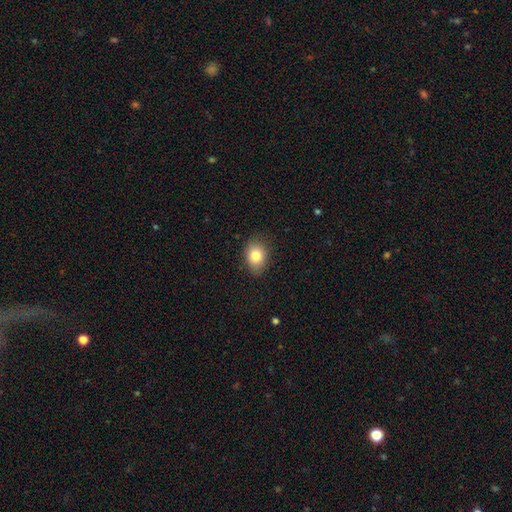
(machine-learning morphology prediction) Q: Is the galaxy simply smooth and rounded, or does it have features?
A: smooth — 83%.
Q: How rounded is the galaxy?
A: in between — 71%.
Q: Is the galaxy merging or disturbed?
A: none — 84%.